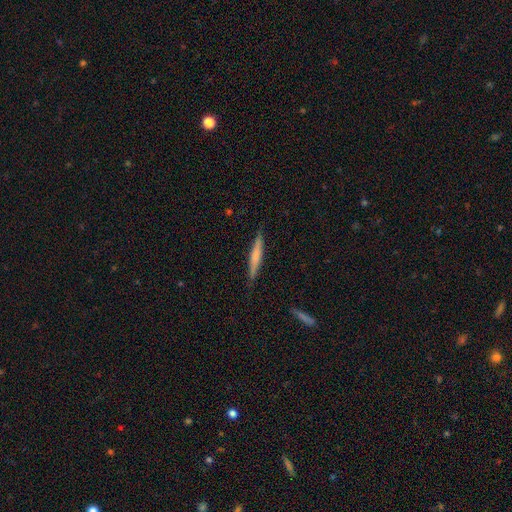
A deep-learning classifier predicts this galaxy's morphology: Smooth or featured?
  - smooth: 53% *
  - featured or disk: 41%
  - star or artifact: 6%
How rounded?
  - cigar-shaped: 94% *
  - in between: 5%
  - round: 1%
Merging?
  - none: 87% *
  - minor disturbance: 10%
  - major disturbance: 2%
  - merger: 1%